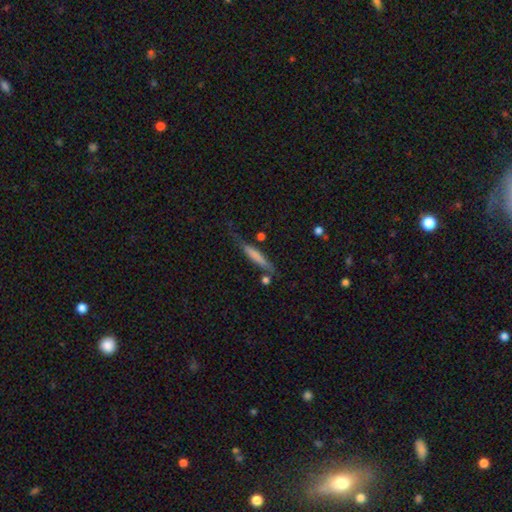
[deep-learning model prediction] smooth_or_featured: smooth (p=0.60) [alt: featured or disk p=0.33]
how_rounded: cigar-shaped (p=0.90) [alt: in between p=0.08]
merging: none (p=0.60) [alt: minor disturbance p=0.24]